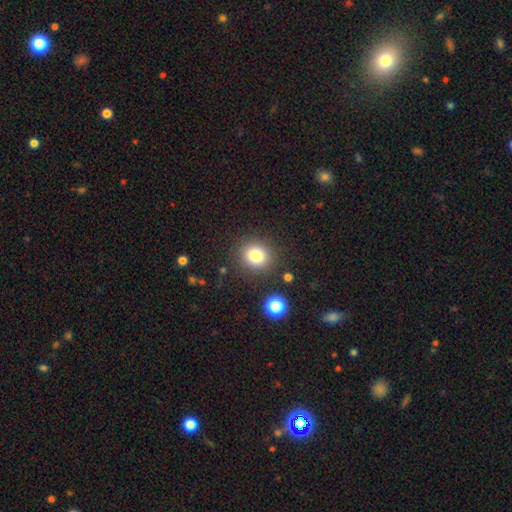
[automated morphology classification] Q: Smooth or featured?
A: smooth (81%); runner-up: star or artifact (12%)
Q: How rounded?
A: round (80%); runner-up: in between (19%)
Q: Merging?
A: none (86%); runner-up: minor disturbance (8%)